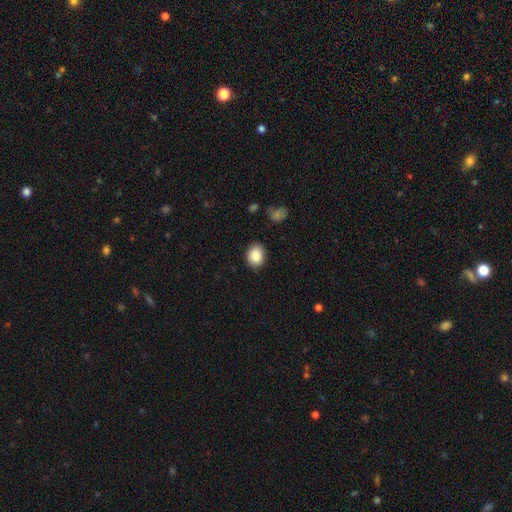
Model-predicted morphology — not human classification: type=smooth (87%); roundness=in between (50%); merging=none (85%).